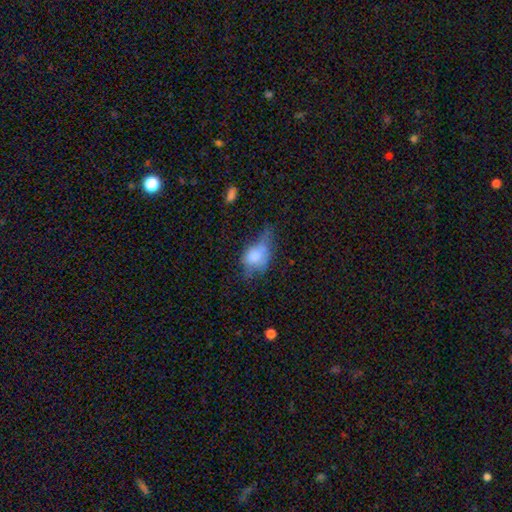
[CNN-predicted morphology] smooth_or_featured: smooth (p=0.65) [alt: featured or disk p=0.25]
how_rounded: in between (p=0.75) [alt: round p=0.21]
merging: major disturbance (p=0.35) [tied with: minor disturbance p=0.35]